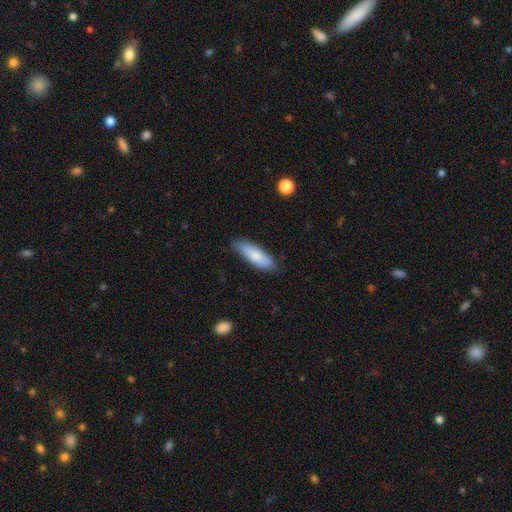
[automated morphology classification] Smooth or featured?
  - smooth: 82% *
  - featured or disk: 12%
  - star or artifact: 5%
How rounded?
  - in between: 52% *
  - cigar-shaped: 46%
  - round: 2%
Merging?
  - none: 80% *
  - minor disturbance: 17%
  - major disturbance: 3%
  - merger: 1%